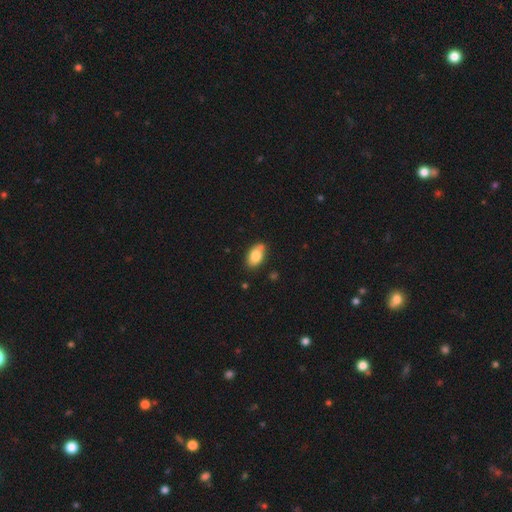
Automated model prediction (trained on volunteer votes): This is clearly a smooth galaxy (82%). How rounded: clearly in between (91%). Merging: likely none (70%).